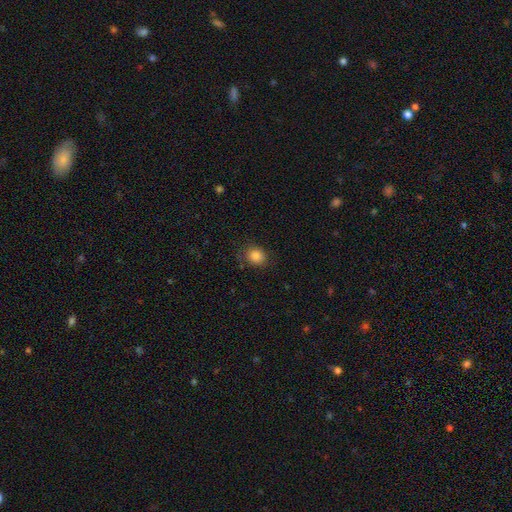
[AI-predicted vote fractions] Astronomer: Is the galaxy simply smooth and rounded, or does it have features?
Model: smooth — 84%.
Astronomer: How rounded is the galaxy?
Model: round — 62%.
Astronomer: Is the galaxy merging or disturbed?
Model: none — 78%.